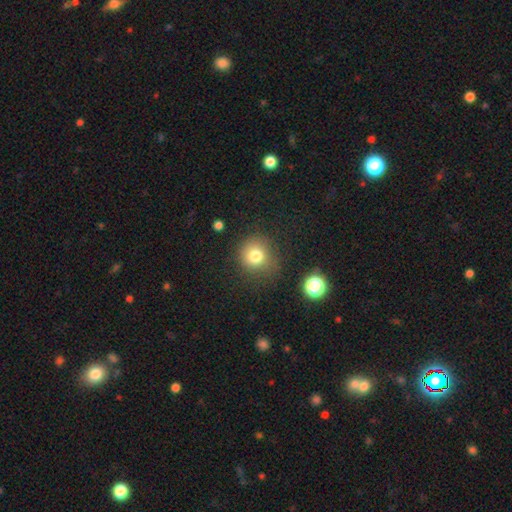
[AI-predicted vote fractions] A smooth galaxy with no disk features (78%) that is round (88%). Merging: none (72%).